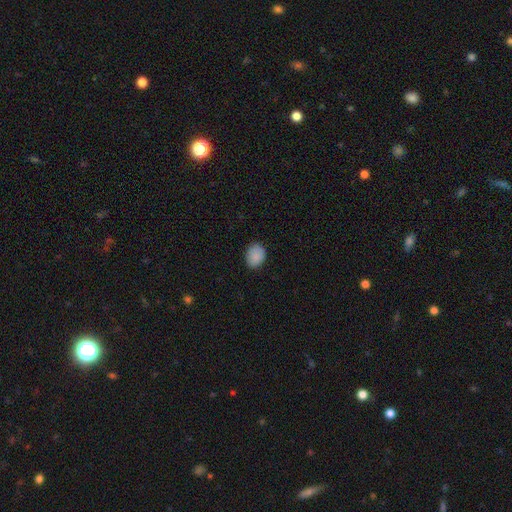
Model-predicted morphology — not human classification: Overall: smooth (88%). How rounded: in between (62%; round 37%). Merging: none (84%).